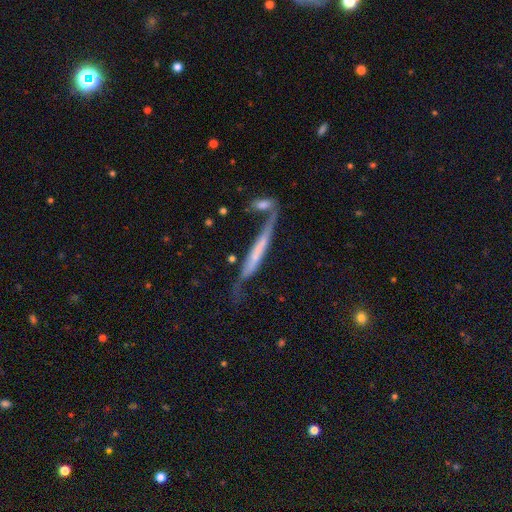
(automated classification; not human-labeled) A featured or disk galaxy (61%) viewed edge-on (79%).

Vote fractions:
- Smooth or featured? featured or disk: 61% / smooth: 31% / star or artifact: 8%
- Edge-on disk? yes: 79% / no: 21%
- Merging? none: 42% / merger: 23% / minor disturbance: 21% / major disturbance: 14%